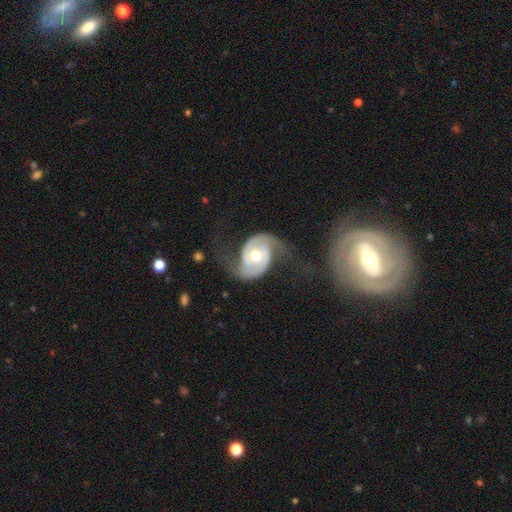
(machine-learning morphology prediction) This is clearly a featured or disk galaxy (90%). It is clearly not viewed edge-on (97%). Bar: likely no (61%). Spiral arm pattern: clearly yes (96%). Spiral arm count: clearly 2 (94%). Spiral winding: marginally loose (44%). Central bulge: likely moderate (78%). Merging: likely none (64%).